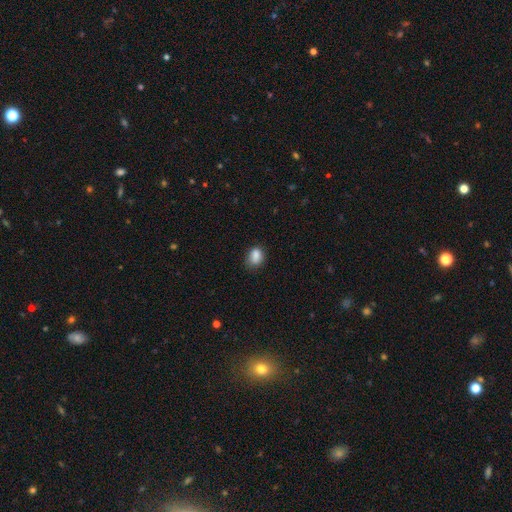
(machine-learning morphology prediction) Smooth or featured? Predicted: smooth (p=0.84). How rounded? Predicted: in between (p=0.68). Merging? Predicted: none (p=0.65).